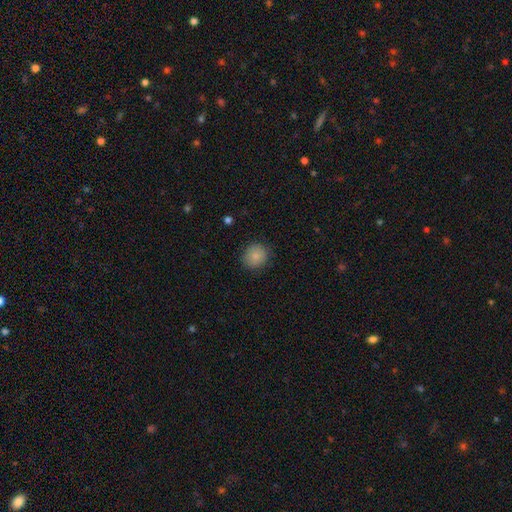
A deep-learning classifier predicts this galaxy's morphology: smooth 85%, star or artifact 9%, featured or disk 6%. Down the decision tree: how rounded — round (87%); merging — none (86%).